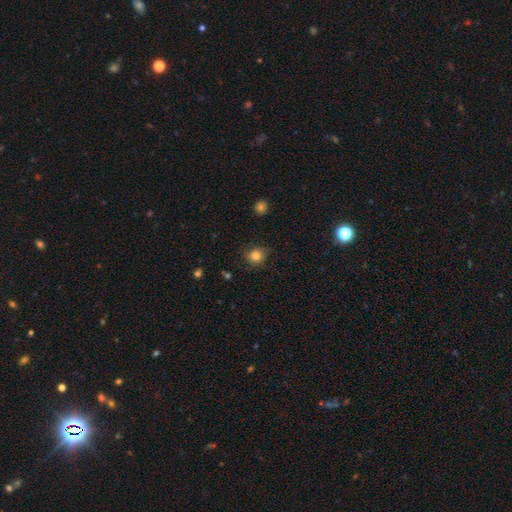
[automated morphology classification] This appears to be a smooth galaxy with no disk features (83%) that is round (85%). Merging: none (77%).